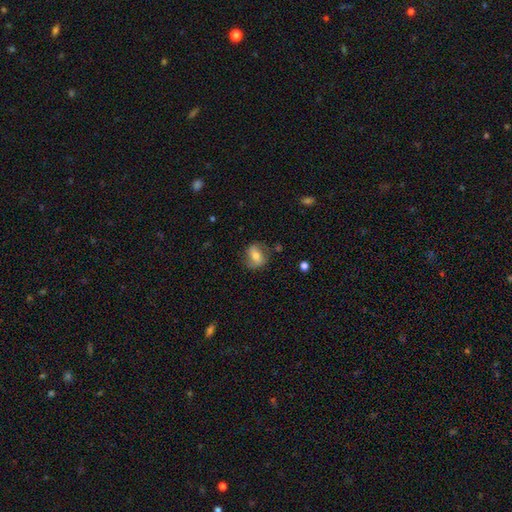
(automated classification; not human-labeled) Morphology: type=smooth (54%); roundness=in between (51%); merging=none (73%).